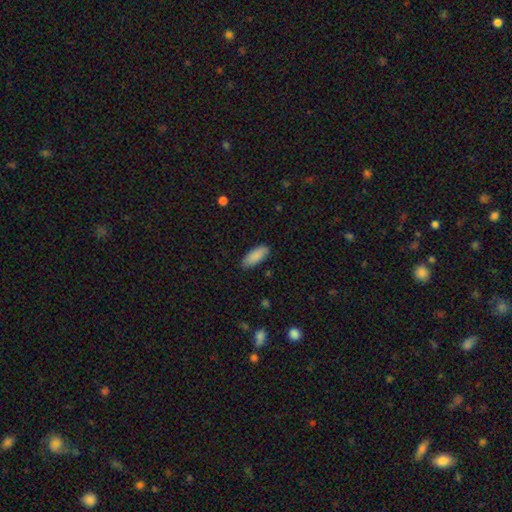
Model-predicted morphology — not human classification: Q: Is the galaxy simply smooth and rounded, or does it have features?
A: smooth — 89%.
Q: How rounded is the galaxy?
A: in between — 81%.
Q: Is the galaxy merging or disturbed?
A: none — 83%.